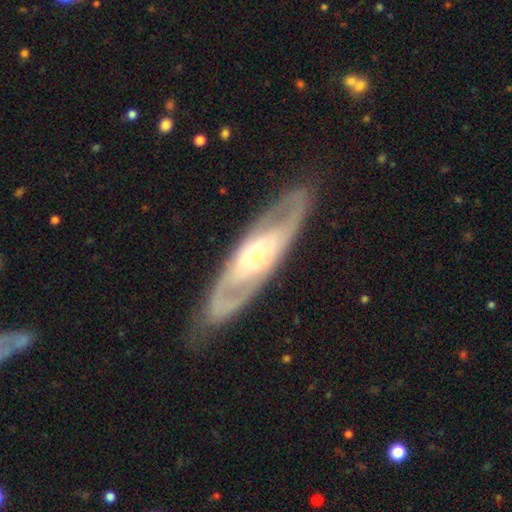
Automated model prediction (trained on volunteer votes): Overall: featured or disk (79%). Edge-on disk: no (80%). Bar: no (64%). Spiral arms: yes (70%). Bulge size: small (51%; moderate 39%). Merging: none (83%).